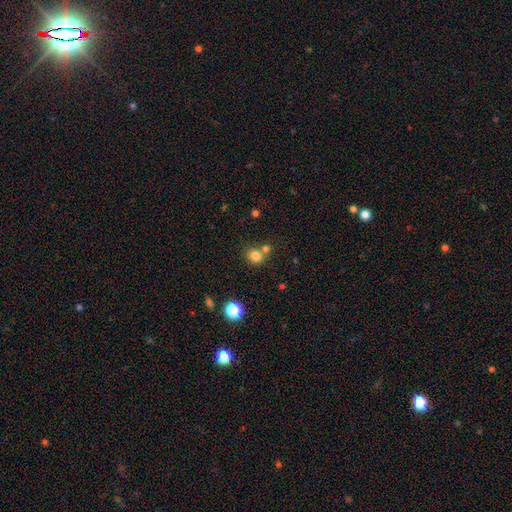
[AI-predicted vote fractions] Overall: smooth (79%). How rounded: round (81%). Merging: none (58%; merger 29%).